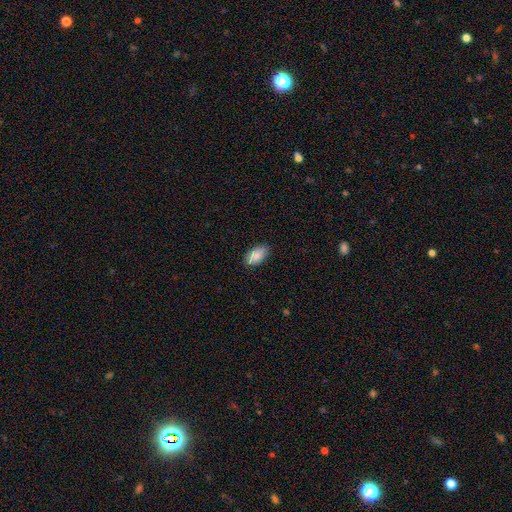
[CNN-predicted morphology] Smooth or featured: smooth — 85% (featured or disk — 9%)
How rounded: in between — 93% (cigar-shaped — 4%)
Merging: none — 85% (minor disturbance — 12%)